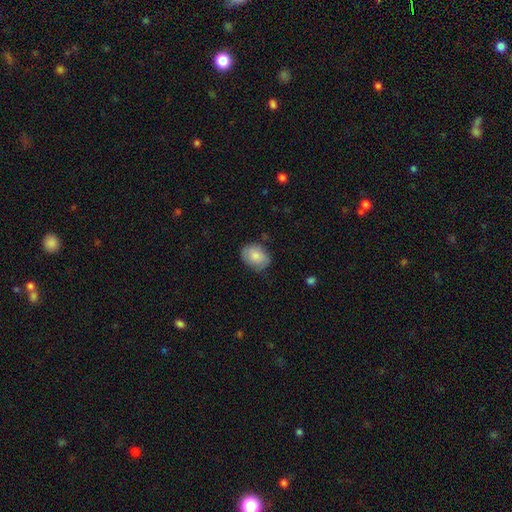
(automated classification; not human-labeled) Overall: smooth (82%). How rounded: in between (68%; round 31%). Merging: none (72%).